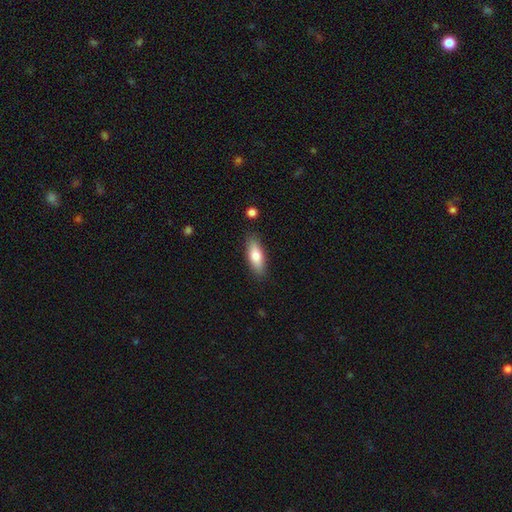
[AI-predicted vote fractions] Morphology: type=smooth (76%); roundness=in between (64%); merging=none (86%).